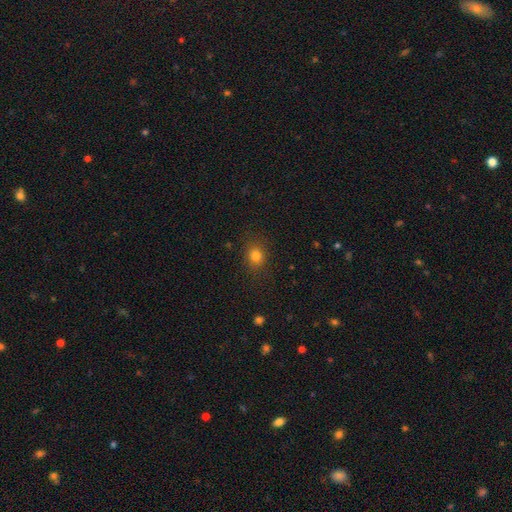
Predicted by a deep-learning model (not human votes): smooth 79%, star or artifact 14%, featured or disk 7%. Down the decision tree: how rounded — round (67%); merging — none (85%).